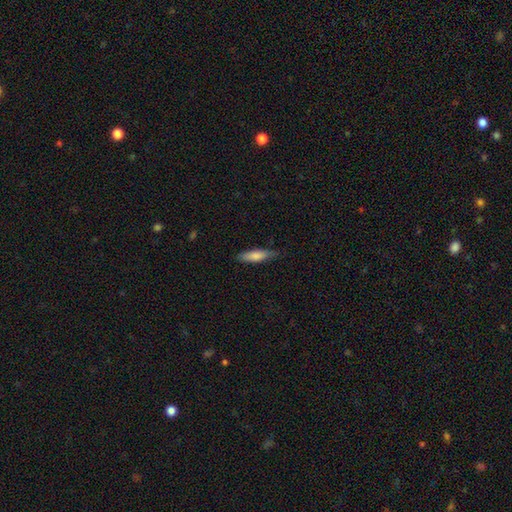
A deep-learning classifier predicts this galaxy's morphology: Smooth or featured: smooth — 79% (featured or disk — 15%)
How rounded: cigar-shaped — 65% (in between — 34%)
Merging: none — 76% (minor disturbance — 20%)